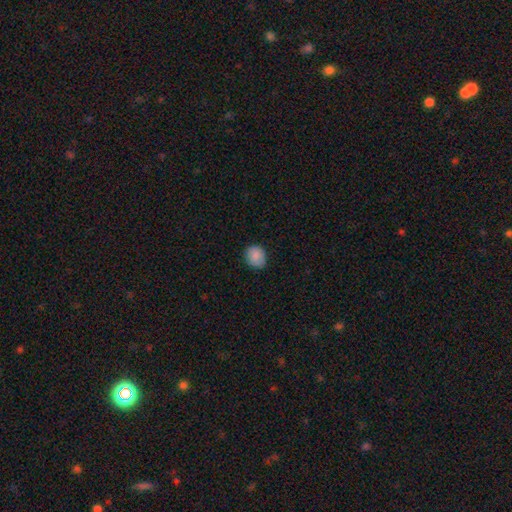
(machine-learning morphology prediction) Smooth or featured: smooth — 88% (star or artifact — 8%)
How rounded: round — 68% (in between — 31%)
Merging: none — 84% (minor disturbance — 13%)